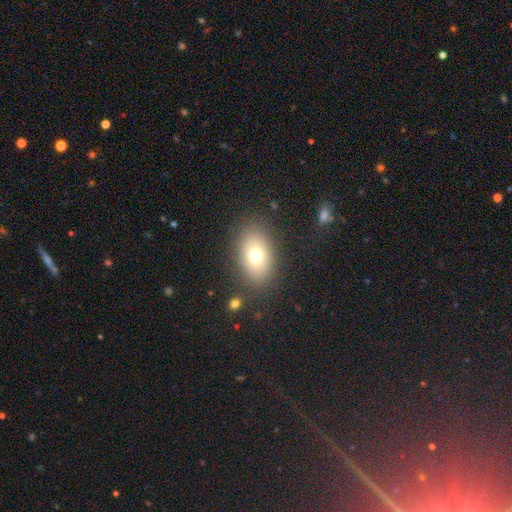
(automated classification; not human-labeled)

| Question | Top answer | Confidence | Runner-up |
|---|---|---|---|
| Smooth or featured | smooth | 72% | featured or disk (16%) |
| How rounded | in between | 80% | round (19%) |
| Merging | none | 84% | minor disturbance (10%) |